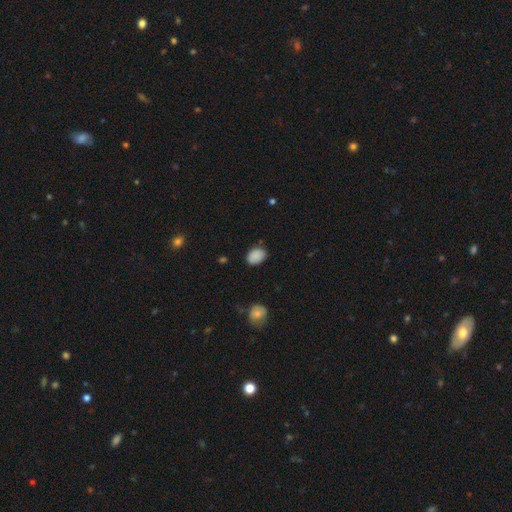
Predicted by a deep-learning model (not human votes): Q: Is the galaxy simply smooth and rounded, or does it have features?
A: smooth — 88%.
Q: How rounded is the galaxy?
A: in between — 70%.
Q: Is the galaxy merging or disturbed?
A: none — 80%.